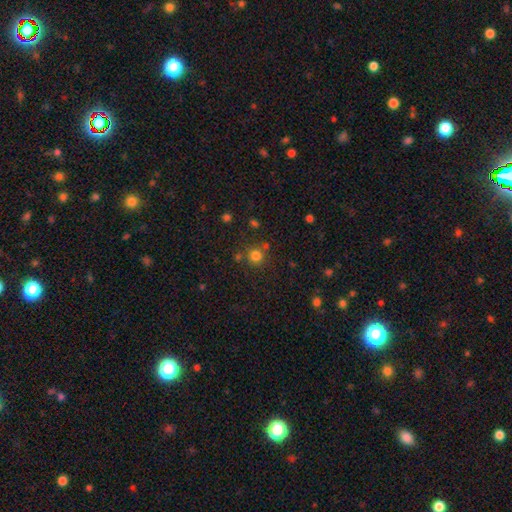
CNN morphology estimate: Overall: smooth (77%). How rounded: round (93%). Merging: none (76%).